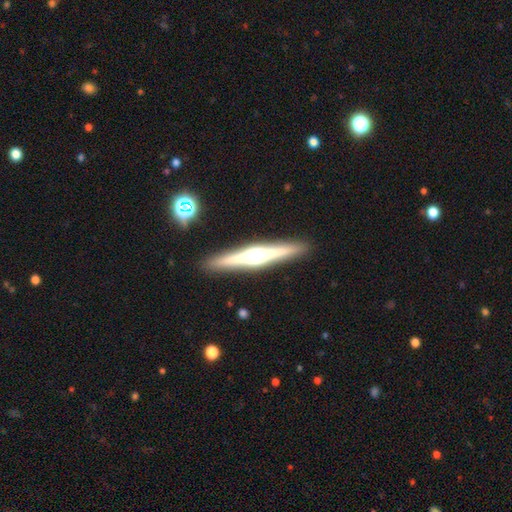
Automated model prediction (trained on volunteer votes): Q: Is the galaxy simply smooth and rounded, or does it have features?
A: featured or disk — 75%.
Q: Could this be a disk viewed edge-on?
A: yes — 98%.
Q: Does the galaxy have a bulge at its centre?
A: rounded — 82%.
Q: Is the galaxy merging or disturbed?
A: none — 91%.